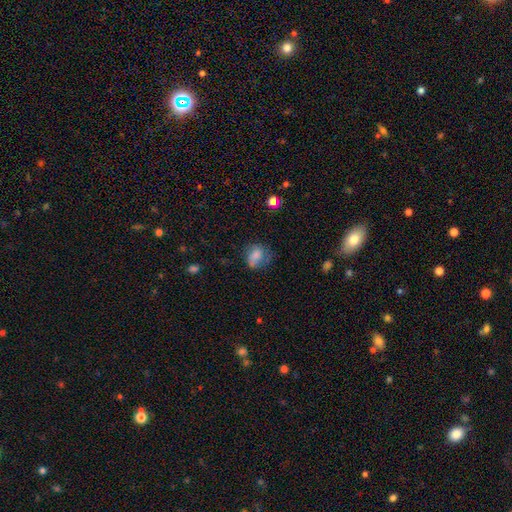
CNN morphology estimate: Smooth or featured?
  - smooth: 74% *
  - featured or disk: 16%
  - star or artifact: 11%
How rounded?
  - in between: 55% *
  - round: 44%
  - cigar-shaped: 1%
Merging?
  - none: 48% *
  - minor disturbance: 30%
  - major disturbance: 18%
  - merger: 4%